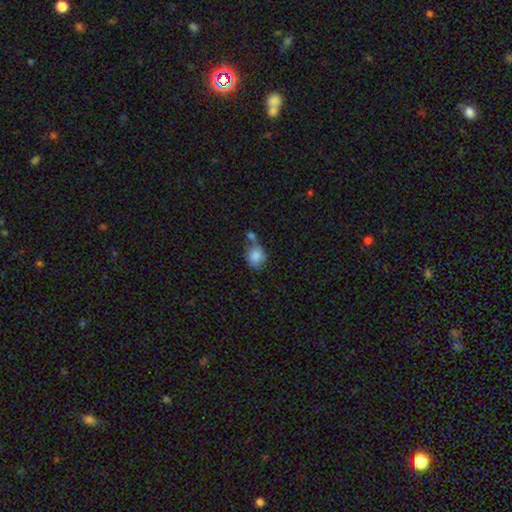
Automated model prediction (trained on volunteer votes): smooth-or-featured: smooth: 84% | featured or disk: 9% | star or artifact: 8%
  how-rounded: round: 56% | in between: 43% | cigar-shaped: 1%
  merging: merger: 38% | none: 35% | minor disturbance: 18% | major disturbance: 9%